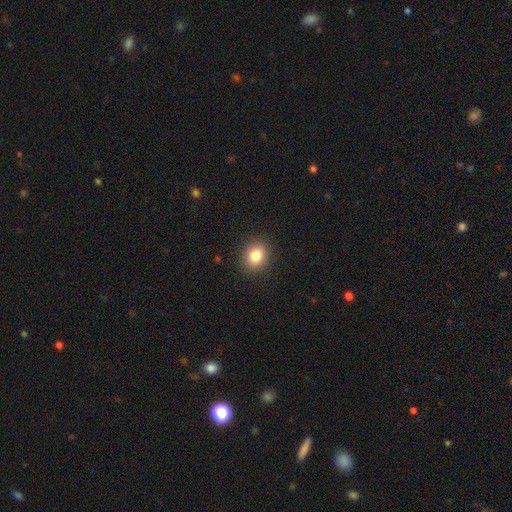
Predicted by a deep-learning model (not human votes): Smooth or featured: smooth — 84% (star or artifact — 10%)
How rounded: round — 63% (in between — 36%)
Merging: none — 90% (minor disturbance — 7%)